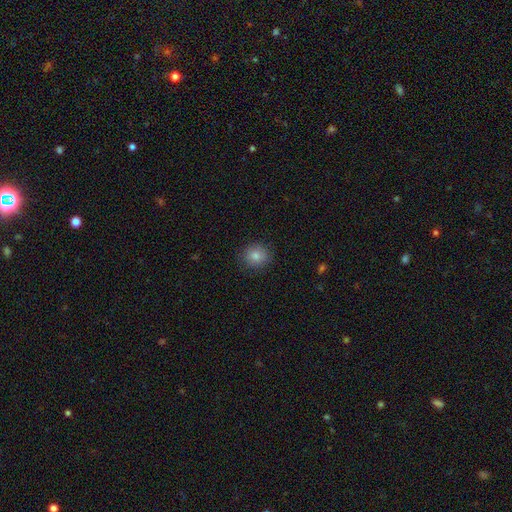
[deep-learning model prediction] Morphology: type=smooth (81%); roundness=round (87%); merging=none (89%).